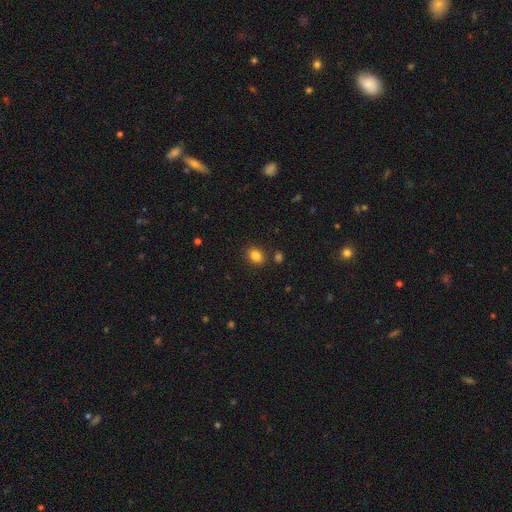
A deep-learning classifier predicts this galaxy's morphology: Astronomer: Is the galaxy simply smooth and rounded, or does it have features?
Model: smooth — 83%.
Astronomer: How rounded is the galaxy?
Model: in between — 60% (runner-up: round, 39%).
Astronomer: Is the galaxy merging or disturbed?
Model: none — 82%.